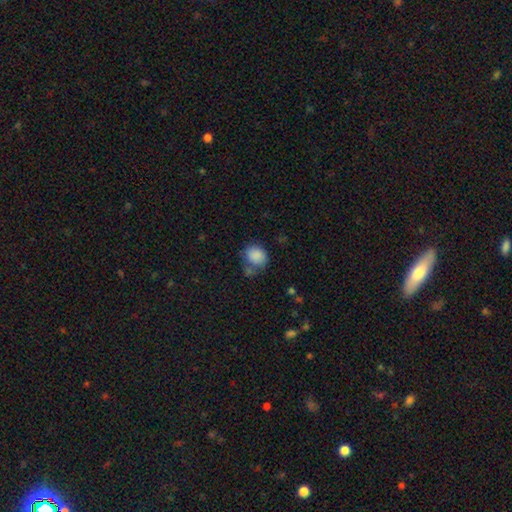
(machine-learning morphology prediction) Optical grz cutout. It shows a smooth galaxy with no disk features (86%) that is round (64%). Merging: none (57%).